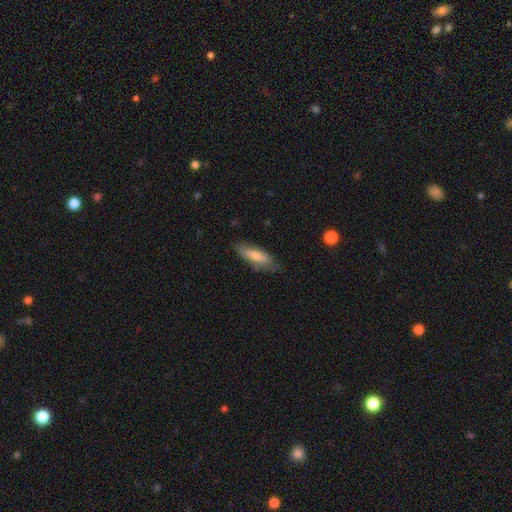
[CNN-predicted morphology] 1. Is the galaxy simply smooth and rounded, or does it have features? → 61% smooth, 32% featured or disk, 7% star or artifact.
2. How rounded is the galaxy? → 53% in between, 45% cigar-shaped, 2% round.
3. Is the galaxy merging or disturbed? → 70% none, 23% minor disturbance, 6% major disturbance, 1% merger.